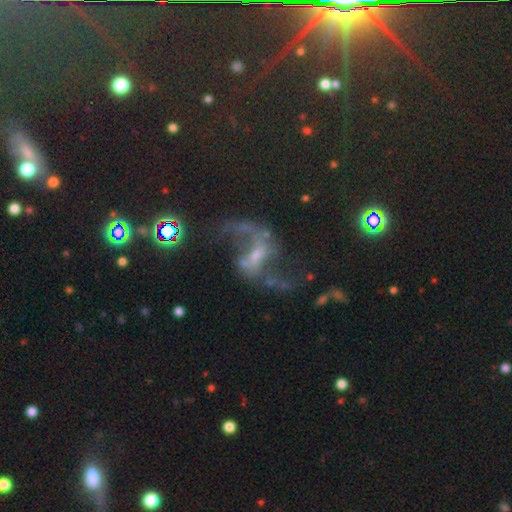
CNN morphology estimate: featured or disk 80%, star or artifact 12%, smooth 8%. Down the decision tree: edge-on disk — no (97%); bar — weak (45%); spiral arms — yes (88%); spiral arm count — 2 (88%); spiral winding — loose (83%); bulge size — small (56%); merging — none (46%).